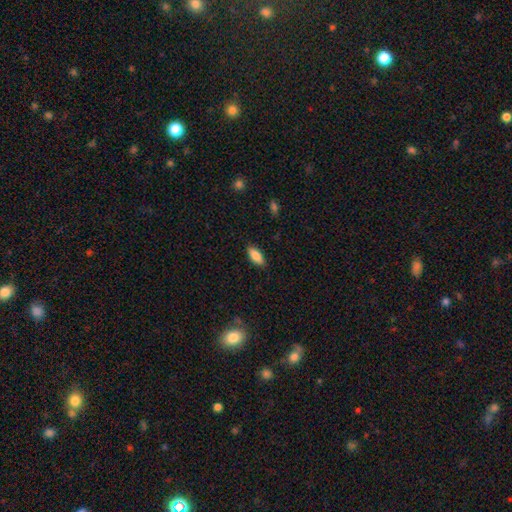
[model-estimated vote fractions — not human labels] Smooth or featured? Predicted: smooth (p=0.84). How rounded? Predicted: in between (p=0.82). Merging? Predicted: none (p=0.87).